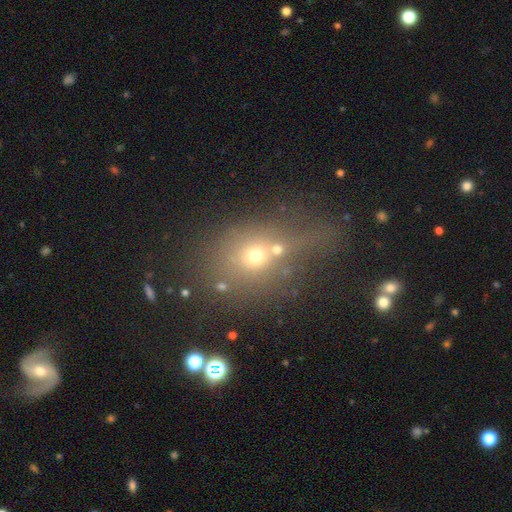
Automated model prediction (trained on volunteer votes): Overall: smooth (54%; star or artifact 27%). How rounded: round (56%; in between 40%). Merging: none (44%; merger 32%).